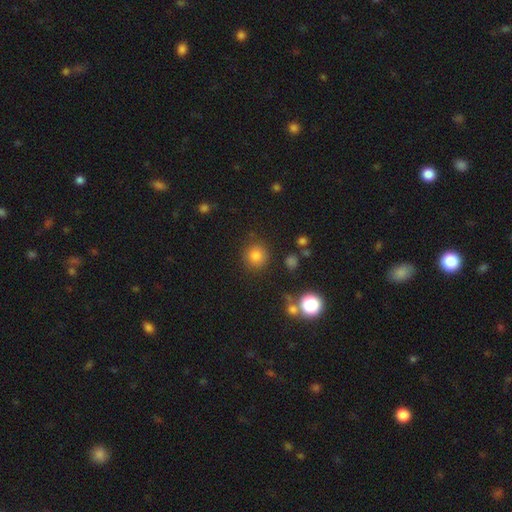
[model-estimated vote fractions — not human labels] Smooth or featured?
  - smooth: 80% *
  - star or artifact: 14%
  - featured or disk: 6%
How rounded?
  - round: 92% *
  - in between: 7%
  - cigar-shaped: 1%
Merging?
  - none: 86% *
  - minor disturbance: 8%
  - major disturbance: 3%
  - merger: 3%